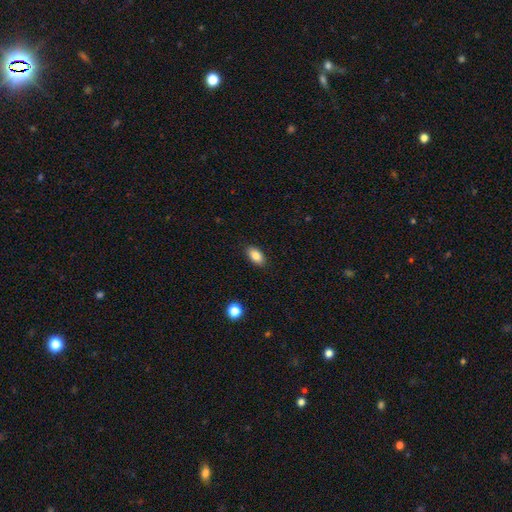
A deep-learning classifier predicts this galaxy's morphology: A smooth galaxy with no disk features (85%) that is in between round and cigar-shaped (92%).

Vote fractions:
- Smooth or featured? smooth: 85% / star or artifact: 8% / featured or disk: 7%
- How rounded? in between: 92% / round: 6% / cigar-shaped: 3%
- Merging? none: 88% / minor disturbance: 8% / major disturbance: 2% / merger: 1%